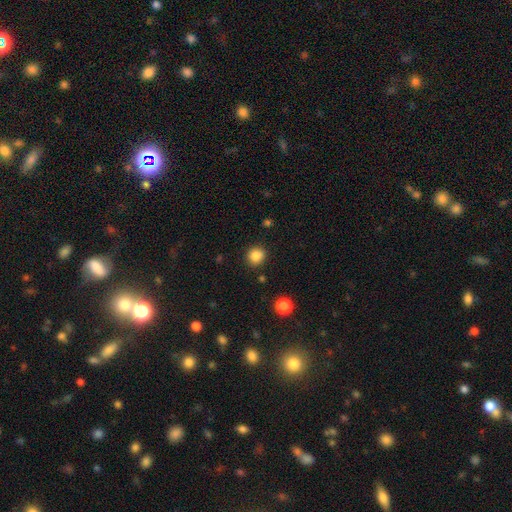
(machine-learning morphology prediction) smooth-or-featured: smooth: 85% | star or artifact: 11% | featured or disk: 4%
  how-rounded: round: 86% | in between: 13% | cigar-shaped: 1%
  merging: none: 88% | minor disturbance: 8% | major disturbance: 2% | merger: 2%